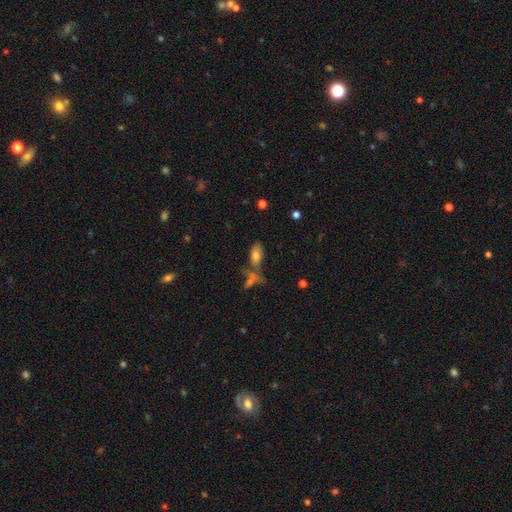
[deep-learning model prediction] Q: Smooth or featured?
A: smooth (74%); runner-up: featured or disk (14%)
Q: How rounded?
A: in between (87%); runner-up: cigar-shaped (9%)
Q: Merging?
A: none (56%); runner-up: merger (24%)